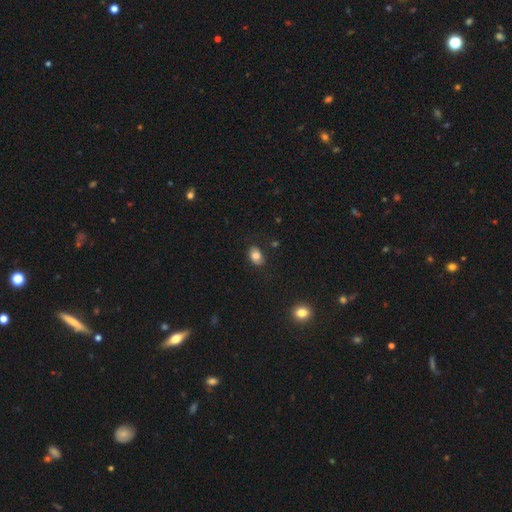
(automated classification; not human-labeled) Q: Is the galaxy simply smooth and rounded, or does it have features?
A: smooth — 79%.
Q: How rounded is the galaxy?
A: in between — 82%.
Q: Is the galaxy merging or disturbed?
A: none — 82%.